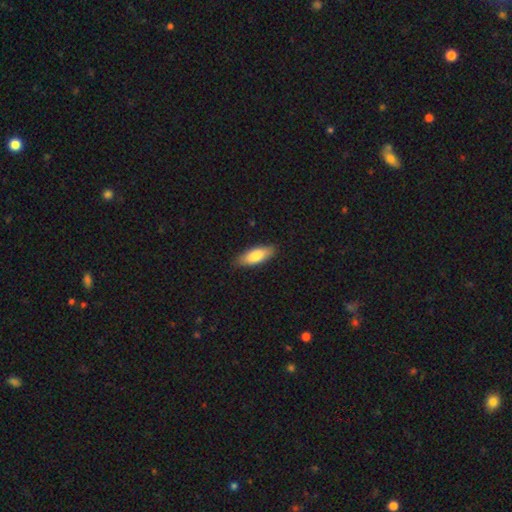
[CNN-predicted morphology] Overall: smooth (83%). How rounded: in between (74%). Merging: none (85%).